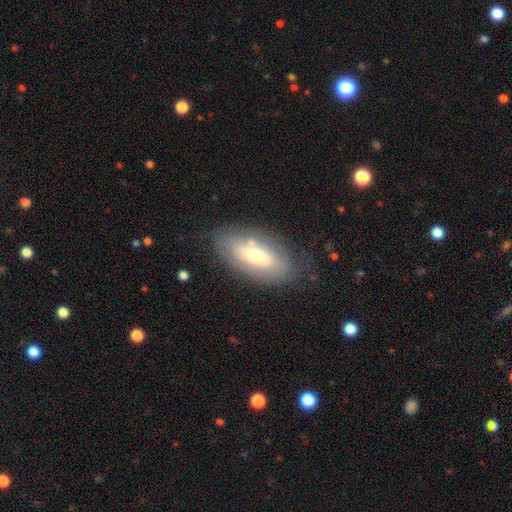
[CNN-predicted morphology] type=smooth (58%); roundness=in between (85%); merging=none (74%).